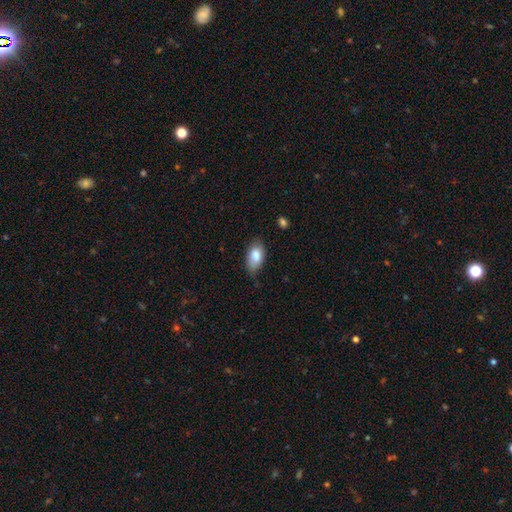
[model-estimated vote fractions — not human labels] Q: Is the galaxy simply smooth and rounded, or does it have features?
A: smooth — 83%.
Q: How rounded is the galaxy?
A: in between — 92%.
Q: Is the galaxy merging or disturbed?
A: none — 65%.